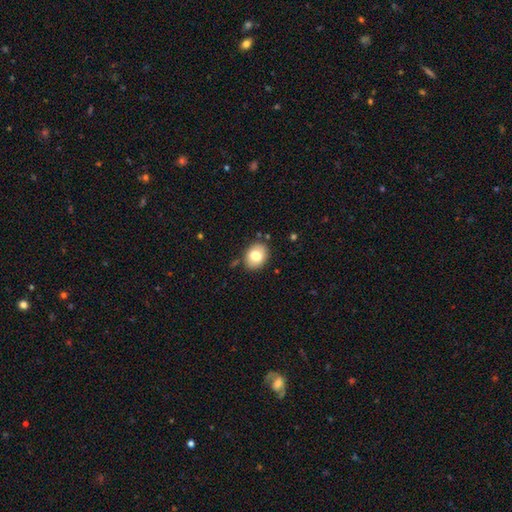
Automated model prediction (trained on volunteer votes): Morphology: type=smooth (78%); roundness=in between (57%); merging=none (83%).